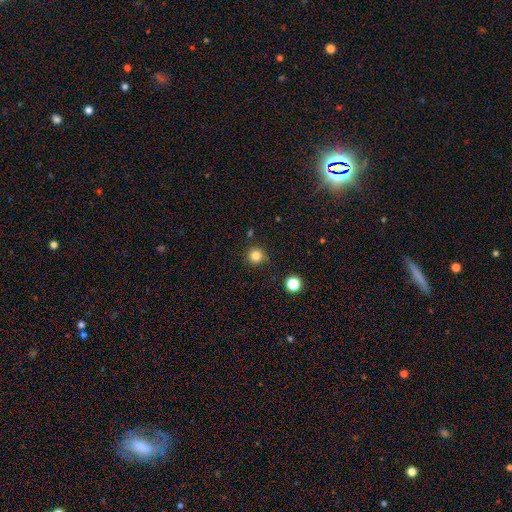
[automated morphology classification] type=smooth (83%); roundness=round (95%); merging=none (85%).